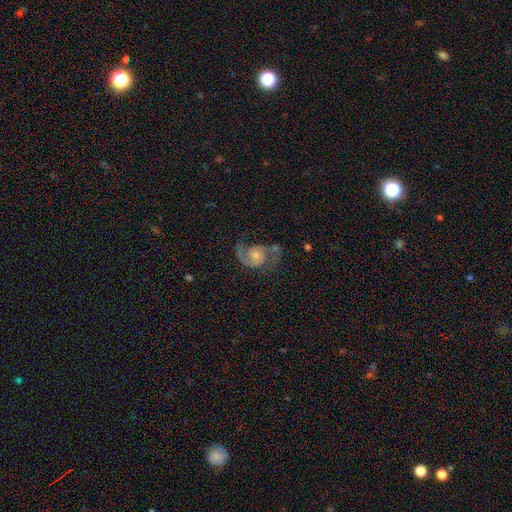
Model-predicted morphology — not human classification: A featured or disk galaxy (87%) with no bar (72%), 2 (83%) medium (52%) spiral arms (97%) and a small central bulge (47%).

Vote fractions:
- Smooth or featured? featured or disk: 87% / smooth: 7% / star or artifact: 6%
- Edge-on disk? no: 98% / yes: 2%
- Bar? no: 72% / weak: 24% / strong: 4%
- Spiral arms? yes: 97% / no: 3%
- Spiral winding? medium: 52% / tight: 25% / loose: 24%
- Spiral arm count? 2: 83% / 1: 11% / can't tell: 3% / 3: 2% / 4: 1% / more than 4: 1%
- Bulge size? small: 47% / moderate: 44% / large: 4% / none: 3% / dominant: 1%
- Merging? none: 60% / minor disturbance: 19% / major disturbance: 16% / merger: 5%